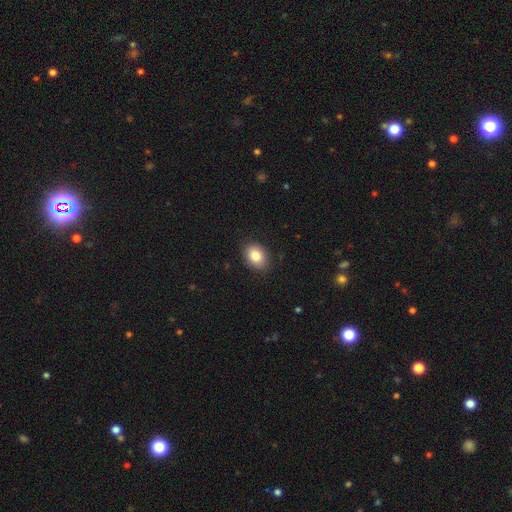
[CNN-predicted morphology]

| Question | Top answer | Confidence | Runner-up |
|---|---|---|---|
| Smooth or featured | smooth | 85% | star or artifact (8%) |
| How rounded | in between | 68% | round (31%) |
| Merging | none | 87% | minor disturbance (10%) |